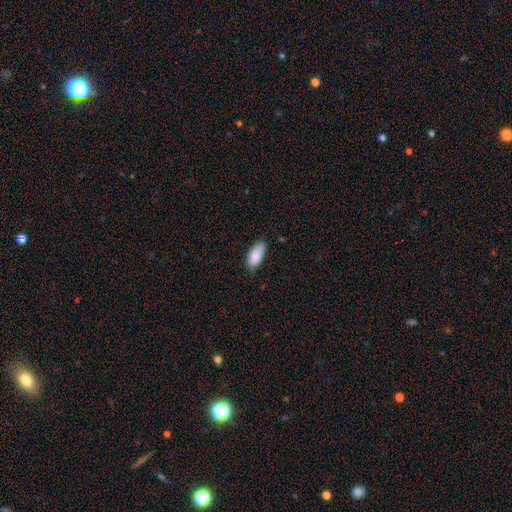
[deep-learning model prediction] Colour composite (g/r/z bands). It shows a smooth galaxy with no disk features (87%) that is in between round and cigar-shaped (90%). Merging: none (71%).